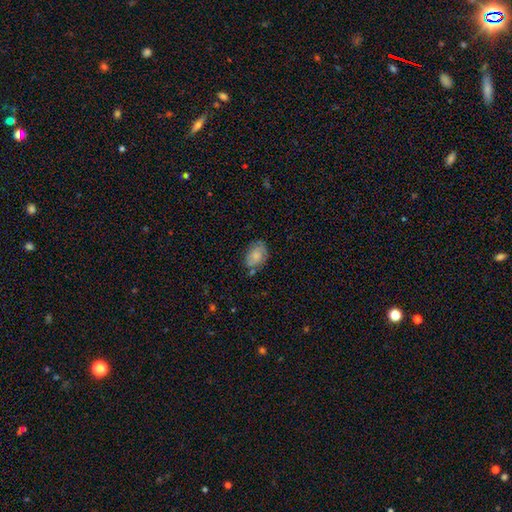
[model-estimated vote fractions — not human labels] Q: Smooth or featured?
A: smooth (76%); runner-up: featured or disk (17%)
Q: How rounded?
A: in between (82%); runner-up: round (16%)
Q: Merging?
A: none (63%); runner-up: minor disturbance (23%)